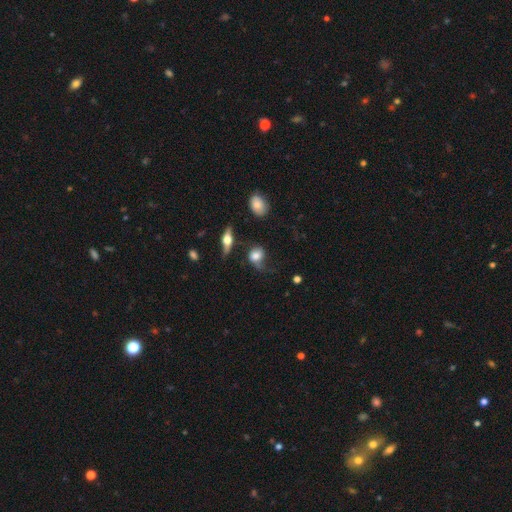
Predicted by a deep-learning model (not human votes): Smooth or featured: smooth — 58% (featured or disk — 32%)
How rounded: round — 59% (in between — 38%)
Merging: major disturbance — 37% (none — 33%)